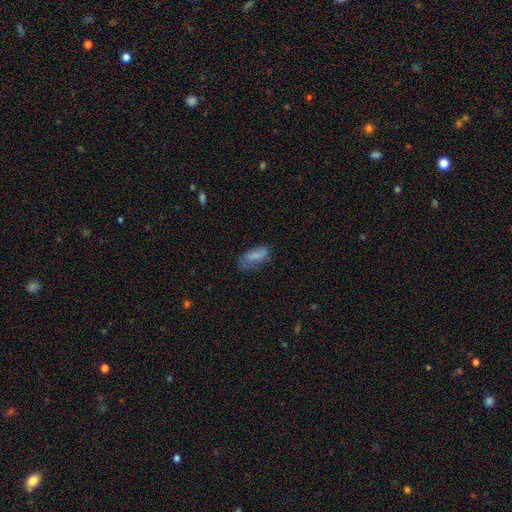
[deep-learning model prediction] A smooth galaxy with no disk features (75%) that is in between round and cigar-shaped (81%). Merging: none (49%).